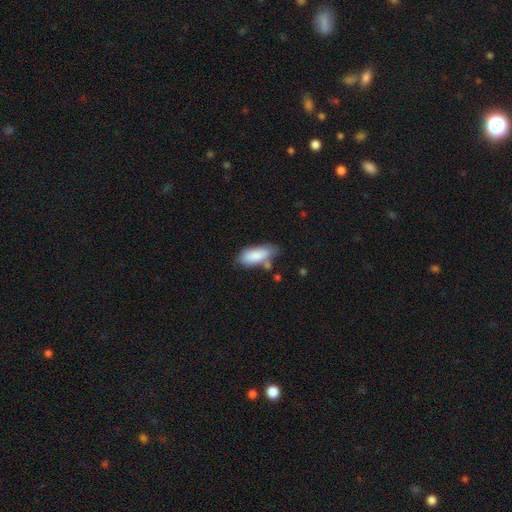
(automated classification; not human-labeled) Overall: smooth (84%). How rounded: in between (84%). Merging: none (54%; minor disturbance 28%).